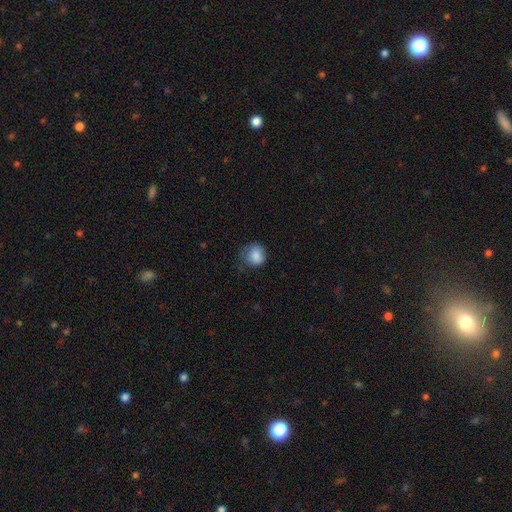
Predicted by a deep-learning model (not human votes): Smooth or featured: smooth — 84% (star or artifact — 8%)
How rounded: round — 76% (in between — 23%)
Merging: none — 58% (minor disturbance — 29%)